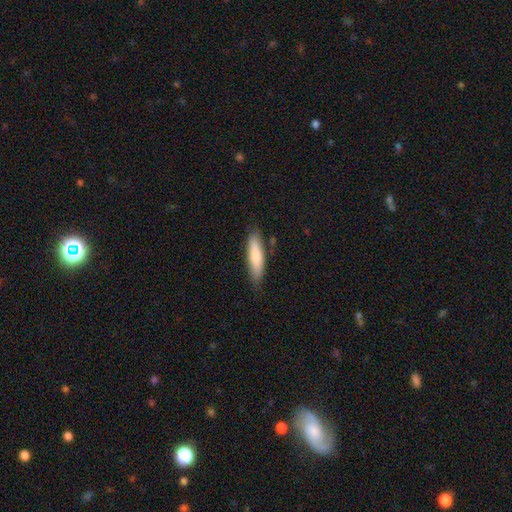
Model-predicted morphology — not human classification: This appears to be a smooth galaxy with no disk features (77%) that is cigar-shaped (67%). Merging: none (81%).